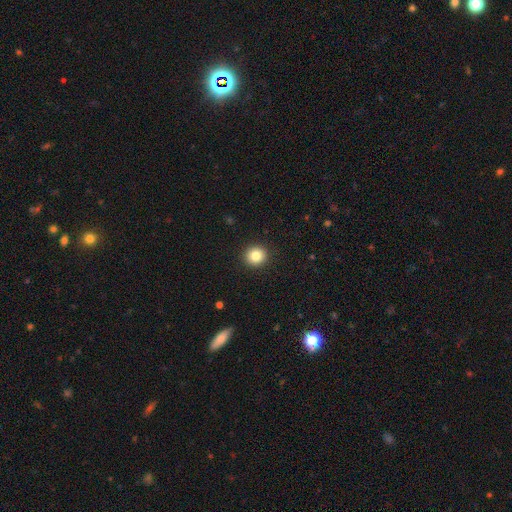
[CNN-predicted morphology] smooth_or_featured: smooth (p=0.83) [alt: star or artifact p=0.10]
how_rounded: round (p=0.92) [alt: in between p=0.07]
merging: none (p=0.93) [alt: minor disturbance p=0.05]